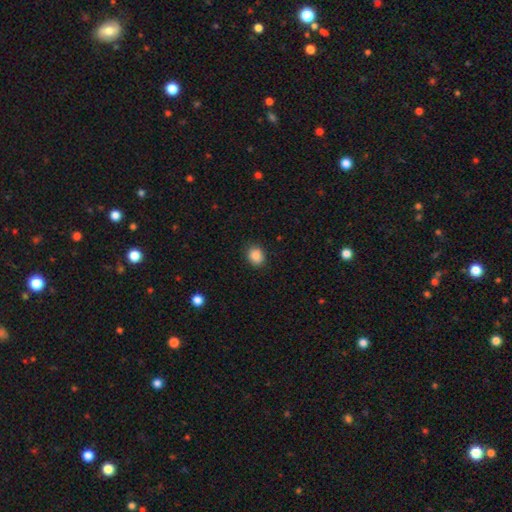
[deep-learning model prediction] A smooth galaxy with no disk features (88%) that is round (55%). Merging: none (88%).